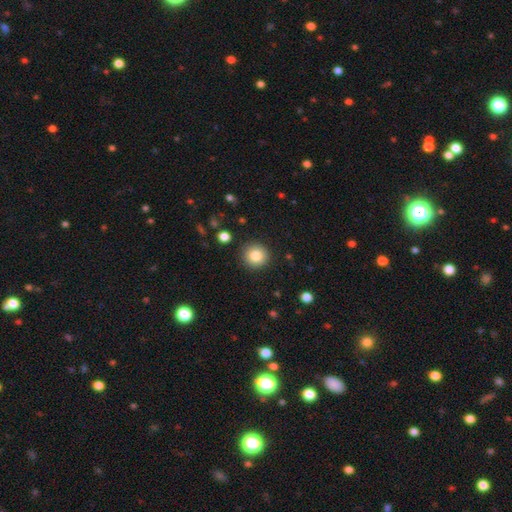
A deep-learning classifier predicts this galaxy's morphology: A smooth galaxy with no disk features (83%) that is round (93%). Merging: none (90%).